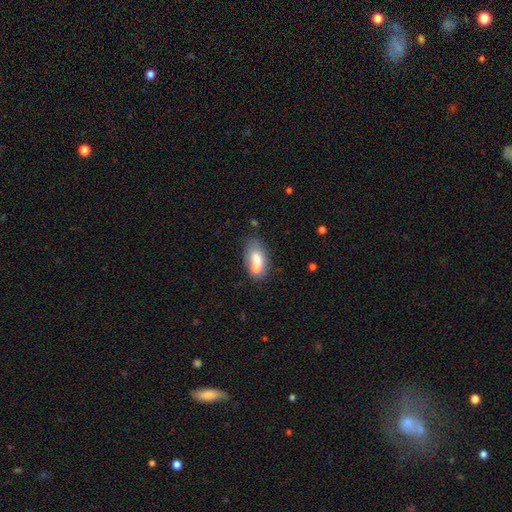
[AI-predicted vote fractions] smooth-or-featured: smooth: 65% | featured or disk: 25% | star or artifact: 10%
  how-rounded: in between: 82% | round: 14% | cigar-shaped: 4%
  merging: merger: 46% | none: 37% | minor disturbance: 12% | major disturbance: 5%